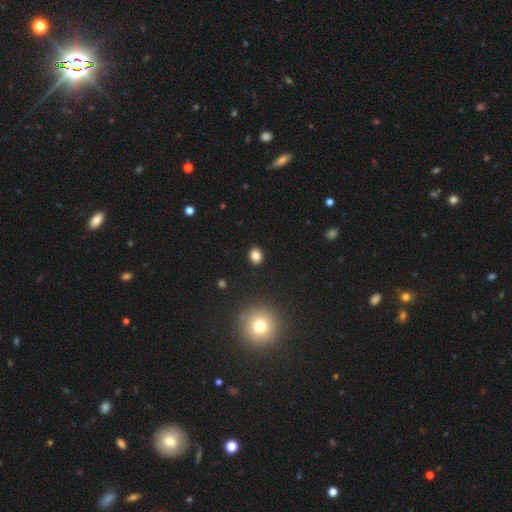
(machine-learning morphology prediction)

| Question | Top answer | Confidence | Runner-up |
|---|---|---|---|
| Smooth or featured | smooth | 83% | star or artifact (12%) |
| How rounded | round | 59% | in between (40%) |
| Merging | none | 90% | minor disturbance (6%) |